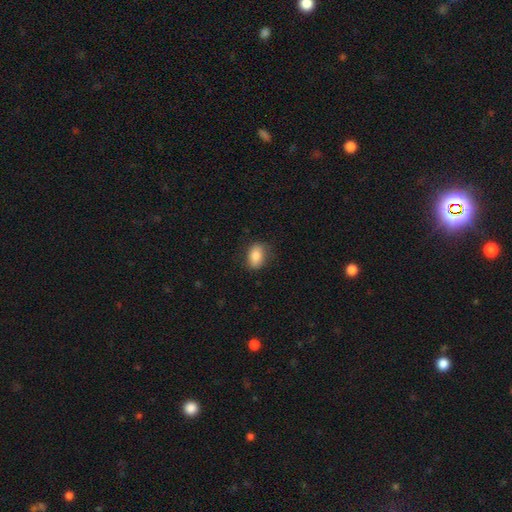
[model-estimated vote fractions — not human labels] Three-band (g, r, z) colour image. It shows a smooth galaxy with no disk features (84%) that is in between round and cigar-shaped (83%). Merging: none (80%).